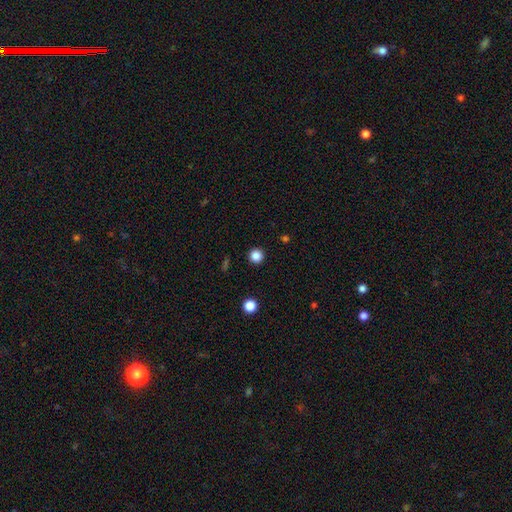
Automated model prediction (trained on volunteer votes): Smooth or featured?
  - smooth: 85% *
  - star or artifact: 12%
  - featured or disk: 3%
How rounded?
  - round: 96% *
  - in between: 3%
  - cigar-shaped: 1%
Merging?
  - none: 93% *
  - minor disturbance: 4%
  - major disturbance: 2%
  - merger: 1%